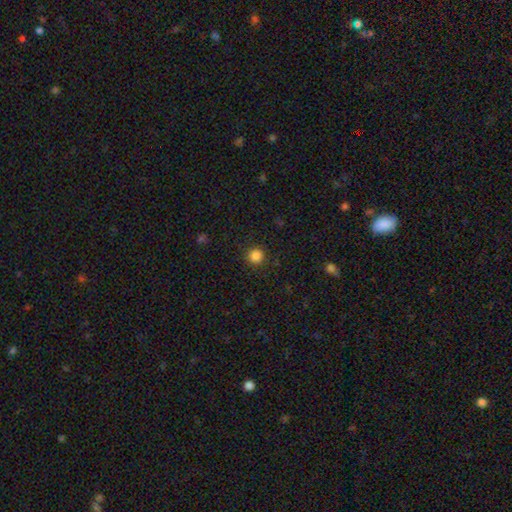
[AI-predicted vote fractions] The model was most divided on "smooth or featured": smooth: 85%, star or artifact: 11%, featured or disk: 3%. More confident: how rounded — round (94%); merging — none (90%).